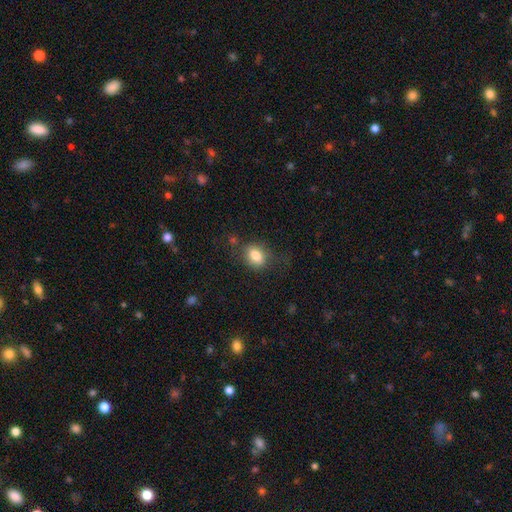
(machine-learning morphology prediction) This is clearly a smooth galaxy (80%). How rounded: possibly in between (59%). Merging: likely none (71%).